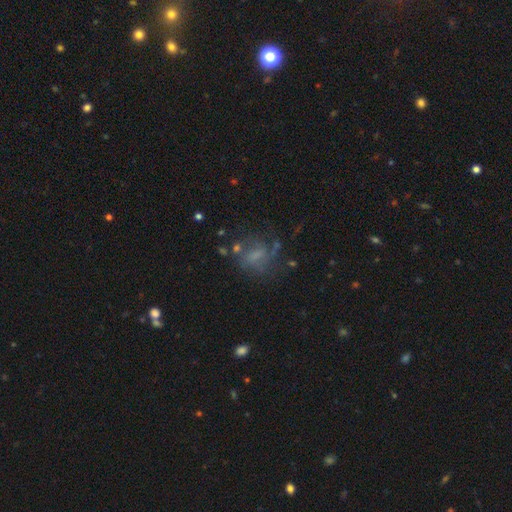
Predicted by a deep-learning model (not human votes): Q: Smooth or featured?
A: featured or disk (43%); runner-up: smooth (38%)
Q: Merging?
A: none (51%); runner-up: major disturbance (23%)